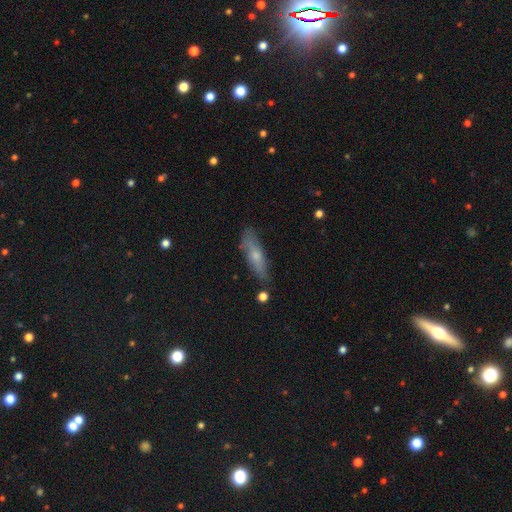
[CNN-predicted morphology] smooth-or-featured: smooth: 59% | featured or disk: 34% | star or artifact: 7%
  how-rounded: cigar-shaped: 67% | in between: 30% | round: 2%
  merging: none: 75% | minor disturbance: 18% | major disturbance: 4% | merger: 3%